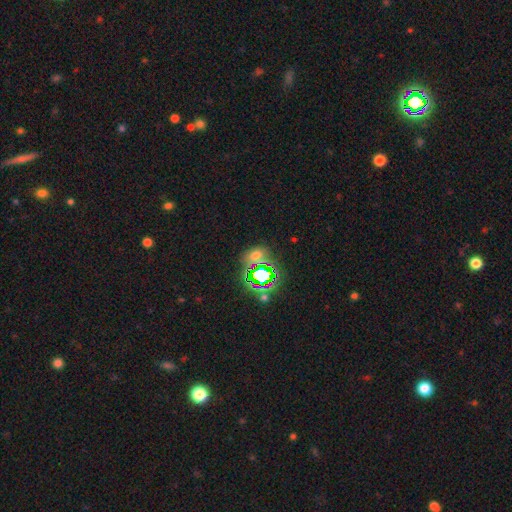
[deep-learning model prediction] star or artifact 47%, smooth 43%, featured or disk 10%.